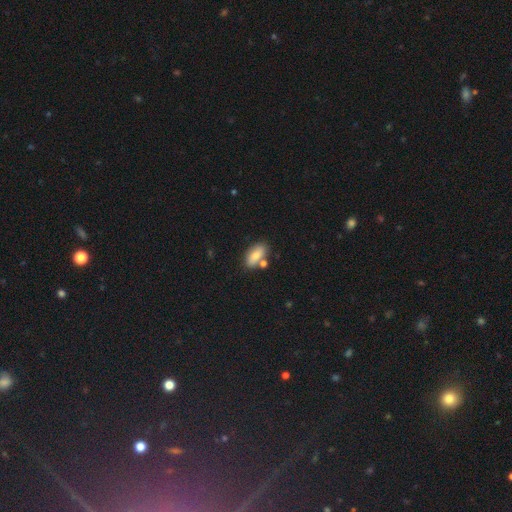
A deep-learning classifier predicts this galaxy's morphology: Smooth or featured: smooth — 79% (featured or disk — 14%)
How rounded: in between — 87% (cigar-shaped — 9%)
Merging: none — 70% (merger — 14%)